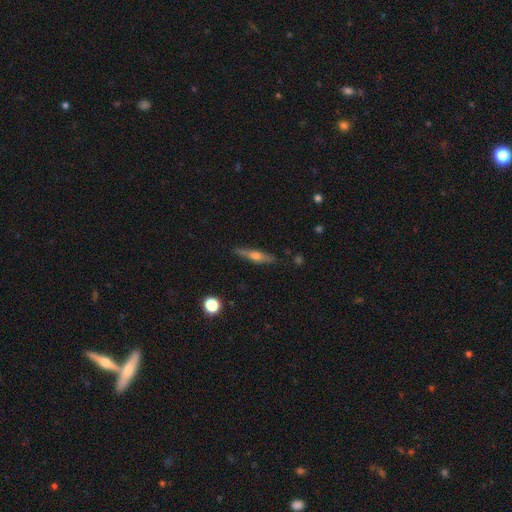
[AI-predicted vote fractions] This is possibly a featured or disk galaxy (57%). It is clearly viewed edge-on (94%). Edge-on bulge: clearly rounded (89%). Merging: clearly none (87%).